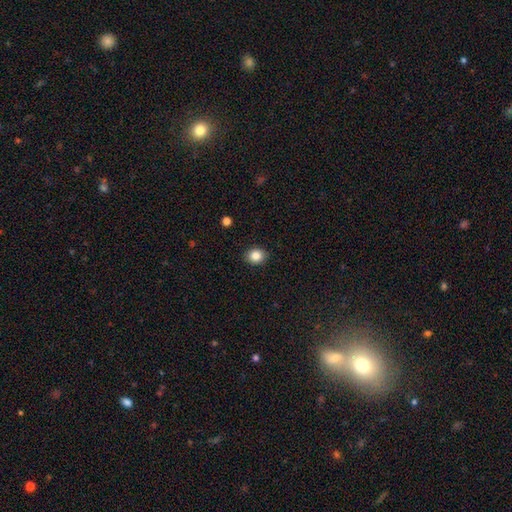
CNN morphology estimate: A smooth galaxy with no disk features (85%) that is round (60%).

Vote fractions:
- Smooth or featured? smooth: 85% / star or artifact: 10% / featured or disk: 5%
- How rounded? round: 60% / in between: 40% / cigar-shaped: 1%
- Merging? none: 90% / minor disturbance: 7% / major disturbance: 2% / merger: 1%